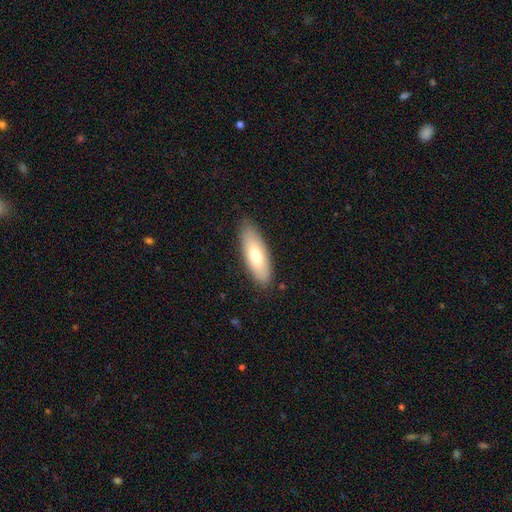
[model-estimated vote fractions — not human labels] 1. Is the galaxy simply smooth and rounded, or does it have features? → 72% smooth, 23% featured or disk, 6% star or artifact.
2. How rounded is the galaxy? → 63% in between, 36% cigar-shaped, 2% round.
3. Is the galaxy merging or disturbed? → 86% none, 11% minor disturbance, 2% major disturbance, 1% merger.